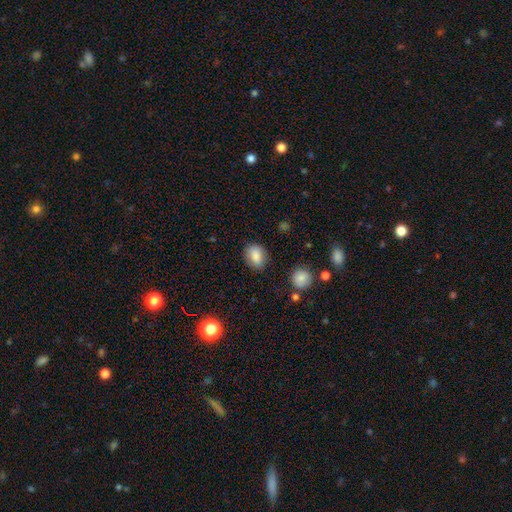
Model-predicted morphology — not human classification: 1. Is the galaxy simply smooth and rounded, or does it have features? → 84% smooth, 9% star or artifact, 7% featured or disk.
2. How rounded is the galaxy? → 65% in between, 34% round, 1% cigar-shaped.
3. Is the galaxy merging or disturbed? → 82% none, 13% minor disturbance, 4% major disturbance, 2% merger.